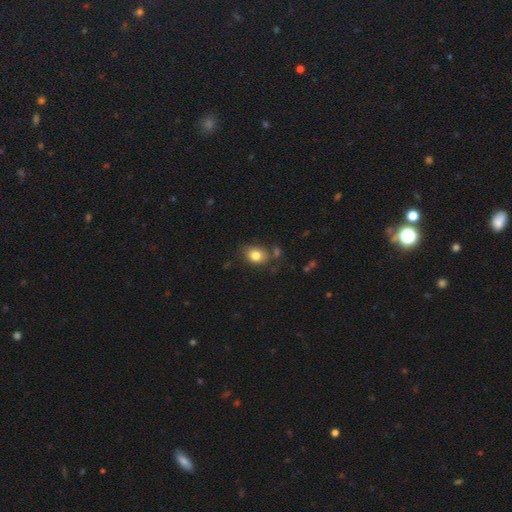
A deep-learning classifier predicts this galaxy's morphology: type=smooth (81%); roundness=in between (60%); merging=none (71%).